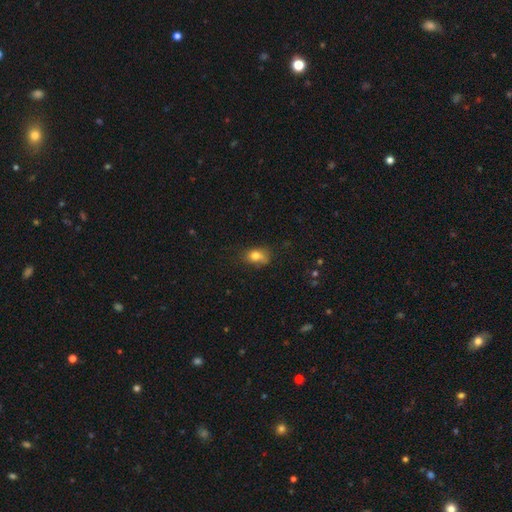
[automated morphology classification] Smooth or featured? smooth (78%)
How rounded? in between (72%)
Merging? none (55%)